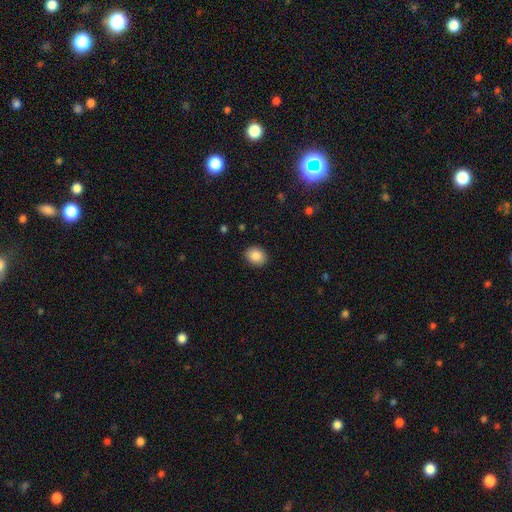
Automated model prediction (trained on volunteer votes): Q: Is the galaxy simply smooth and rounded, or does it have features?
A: smooth — 87%.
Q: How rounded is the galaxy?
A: in between — 55%.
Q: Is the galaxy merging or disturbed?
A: none — 89%.